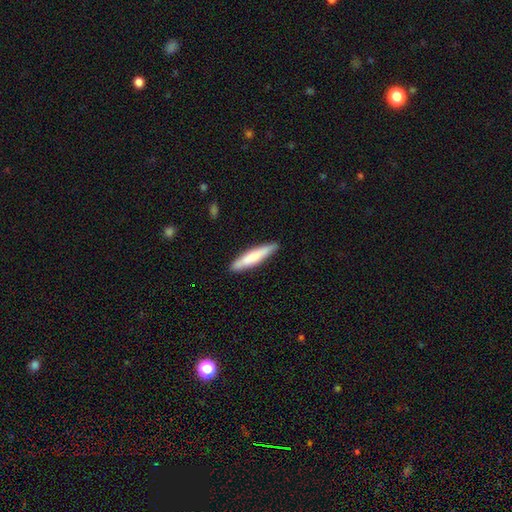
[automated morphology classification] smooth_or_featured: smooth (p=0.71) [alt: featured or disk p=0.23]
how_rounded: cigar-shaped (p=0.88) [alt: in between p=0.10]
merging: none (p=0.88) [alt: minor disturbance p=0.10]